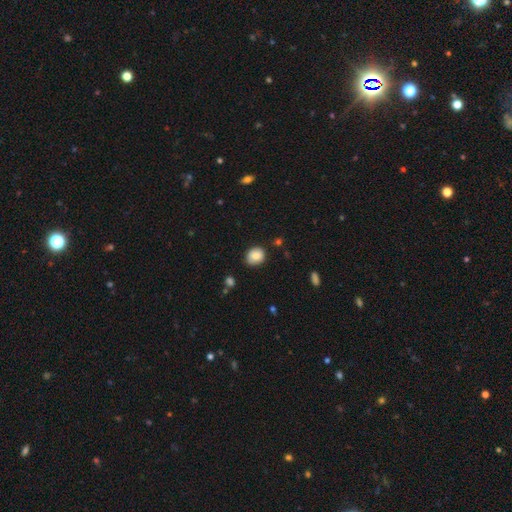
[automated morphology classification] This appears to be a smooth galaxy with no disk features (83%) that is round (71%). Merging: none (78%).